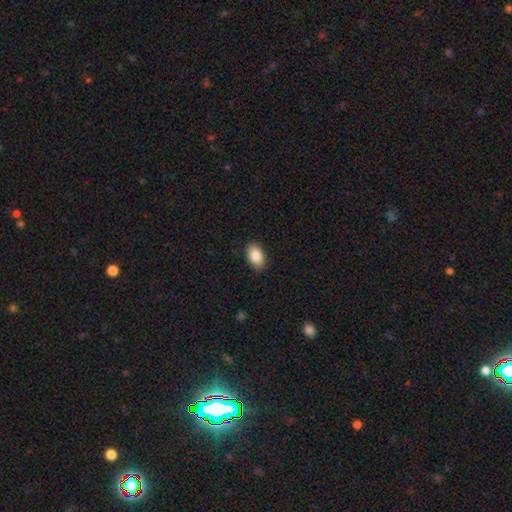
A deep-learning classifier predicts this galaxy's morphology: Smooth or featured: smooth — 86% (star or artifact — 7%)
How rounded: in between — 91% (round — 7%)
Merging: none — 88% (minor disturbance — 9%)